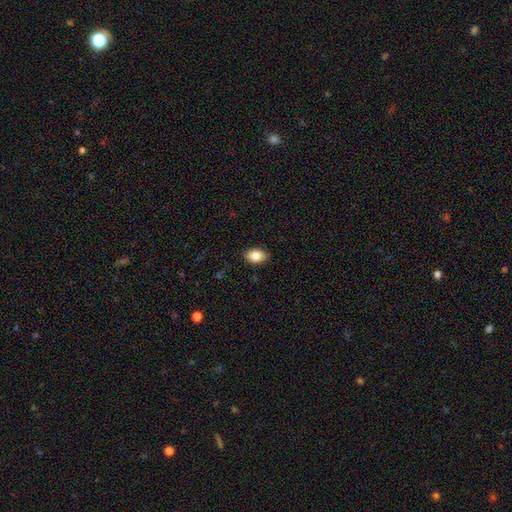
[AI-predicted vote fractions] Smooth or featured? Predicted: smooth (p=0.84). How rounded? Predicted: in between (p=0.88). Merging? Predicted: none (p=0.88).